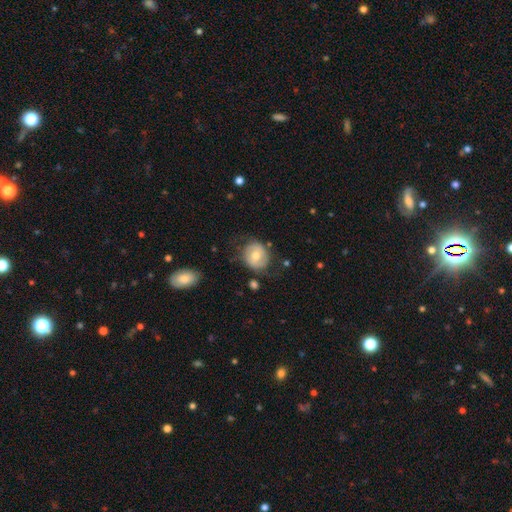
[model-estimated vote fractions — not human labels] This is possibly a smooth galaxy (59%). How rounded: likely round (72%). Merging: likely none (69%).